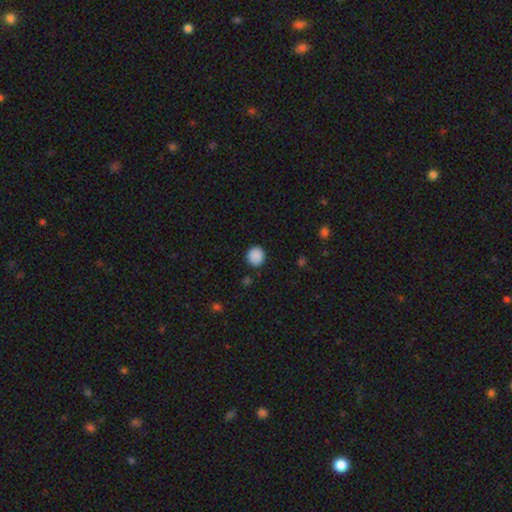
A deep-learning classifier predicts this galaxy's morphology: Smooth or featured? Predicted: smooth (p=0.89). How rounded? Predicted: round (p=0.88). Merging? Predicted: none (p=0.89).